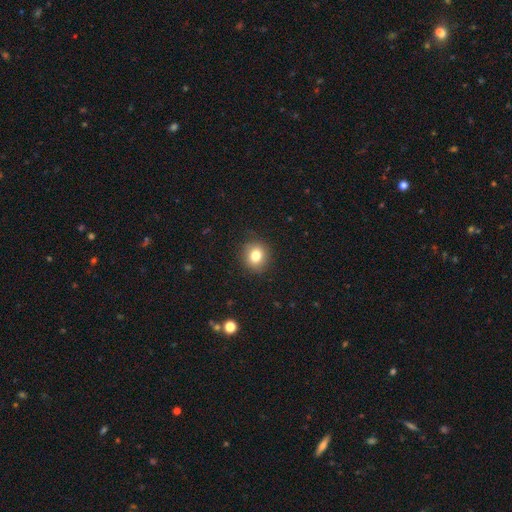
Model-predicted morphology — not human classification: Smooth or featured? smooth (80%)
How rounded? round (78%)
Merging? none (88%)